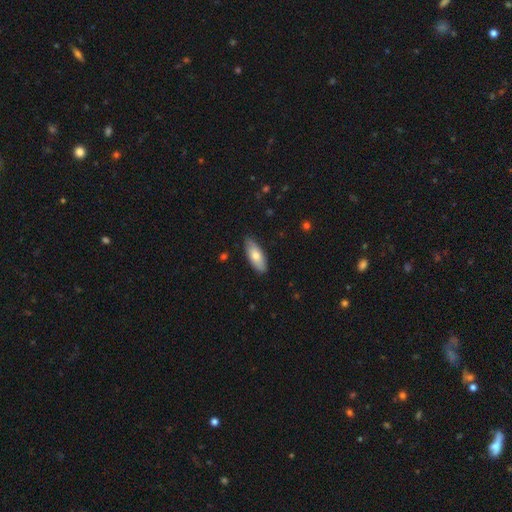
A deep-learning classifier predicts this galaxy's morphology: Smooth or featured? Predicted: smooth (p=0.71). How rounded? Predicted: in between (p=0.81). Merging? Predicted: none (p=0.82).